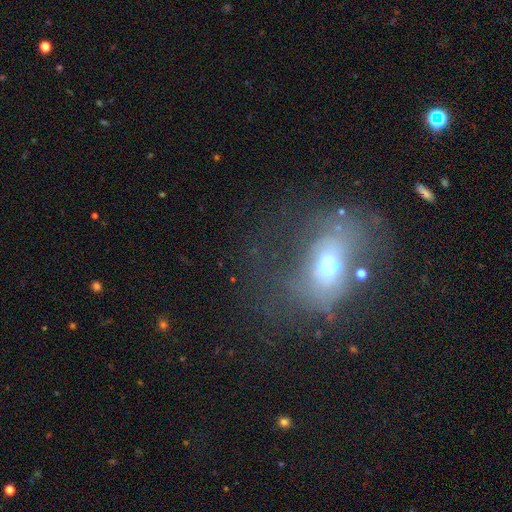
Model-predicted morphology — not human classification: Smooth or featured?
  - smooth: 41% *
  - featured or disk: 38%
  - star or artifact: 20%
Merging?
  - none: 48% *
  - major disturbance: 27%
  - minor disturbance: 21%
  - merger: 4%